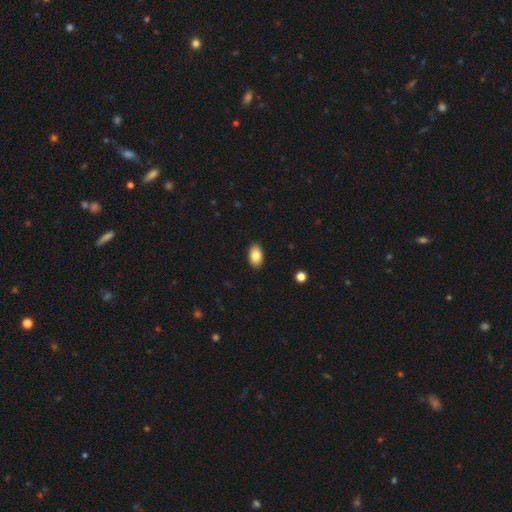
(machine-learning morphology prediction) Smooth or featured?
  - smooth: 86% *
  - star or artifact: 7%
  - featured or disk: 6%
How rounded?
  - in between: 93% *
  - round: 6%
  - cigar-shaped: 1%
Merging?
  - none: 89% *
  - minor disturbance: 8%
  - major disturbance: 2%
  - merger: 1%